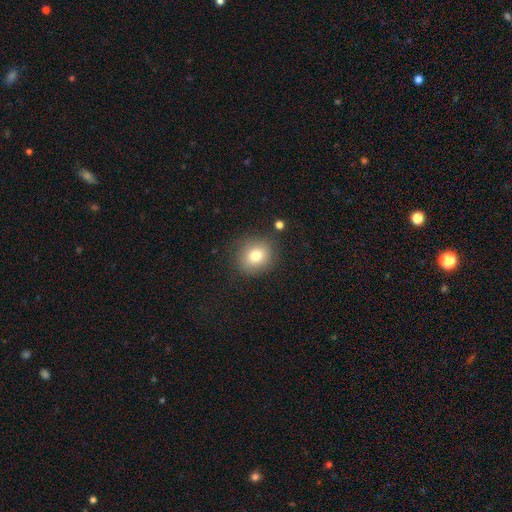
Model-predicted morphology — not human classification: A smooth galaxy with no disk features (78%) that is round (74%). Merging: none (83%).